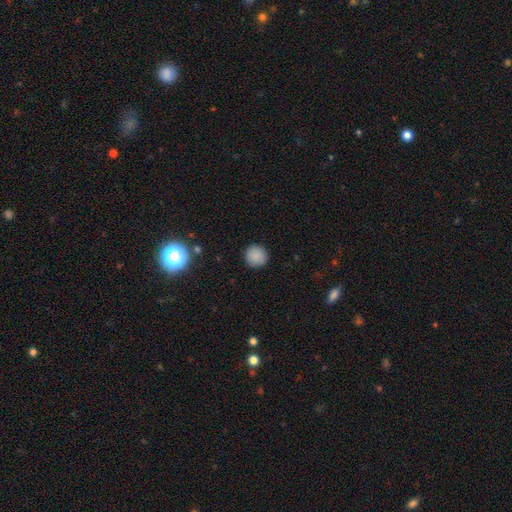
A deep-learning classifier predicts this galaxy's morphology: Smooth or featured? Predicted: smooth (p=0.87). How rounded? Predicted: round (p=0.95). Merging? Predicted: none (p=0.92).